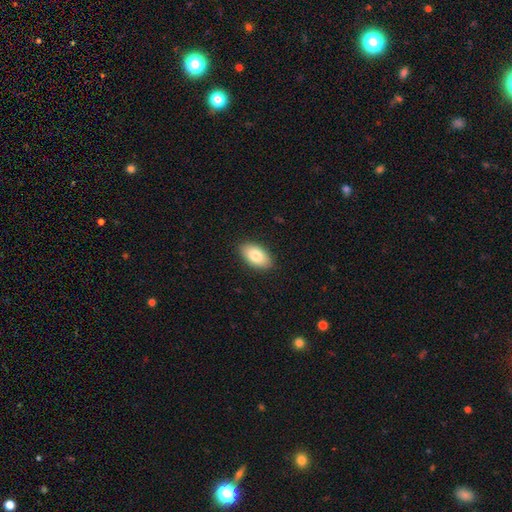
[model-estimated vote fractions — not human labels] Morphology: type=smooth (83%); roundness=in between (94%); merging=none (89%).